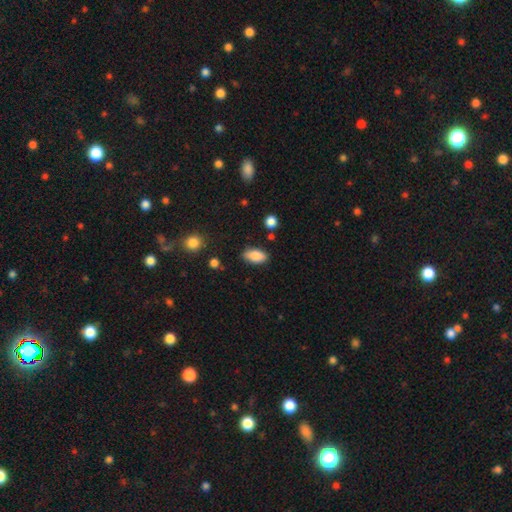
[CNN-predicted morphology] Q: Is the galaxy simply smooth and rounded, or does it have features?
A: smooth — 86%.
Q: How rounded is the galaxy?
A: in between — 91%.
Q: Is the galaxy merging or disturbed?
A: none — 80%.